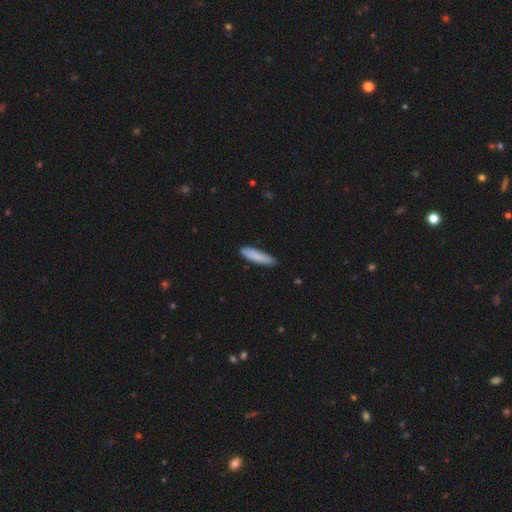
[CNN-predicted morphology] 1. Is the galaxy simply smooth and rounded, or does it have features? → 85% smooth, 9% featured or disk, 6% star or artifact.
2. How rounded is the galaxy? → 74% cigar-shaped, 24% in between, 1% round.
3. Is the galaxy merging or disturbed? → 83% none, 13% minor disturbance, 2% major disturbance, 1% merger.